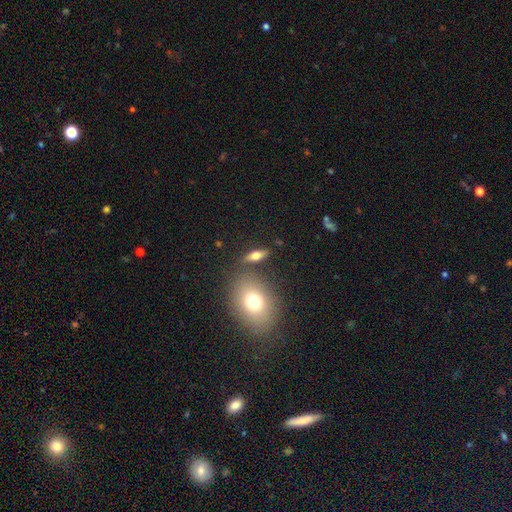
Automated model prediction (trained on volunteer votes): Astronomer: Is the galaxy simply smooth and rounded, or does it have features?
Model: smooth — 52% (runner-up: featured or disk, 37%).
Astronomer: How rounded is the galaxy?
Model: in between — 54% (runner-up: cigar-shaped, 33%).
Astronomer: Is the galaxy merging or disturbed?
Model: none — 77%.